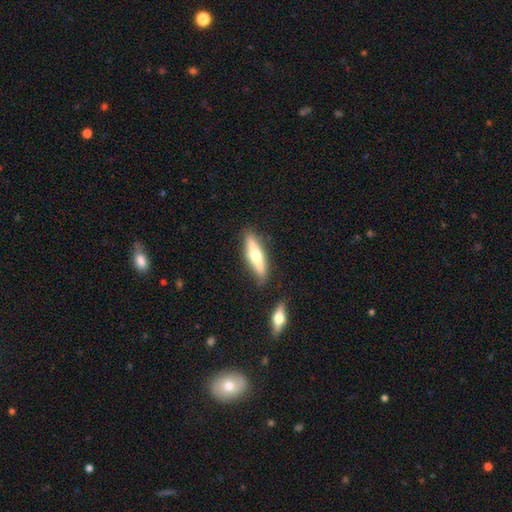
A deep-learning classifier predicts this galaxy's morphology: A smooth galaxy with no disk features (51%) that is cigar-shaped (68%). Merging: none (80%).